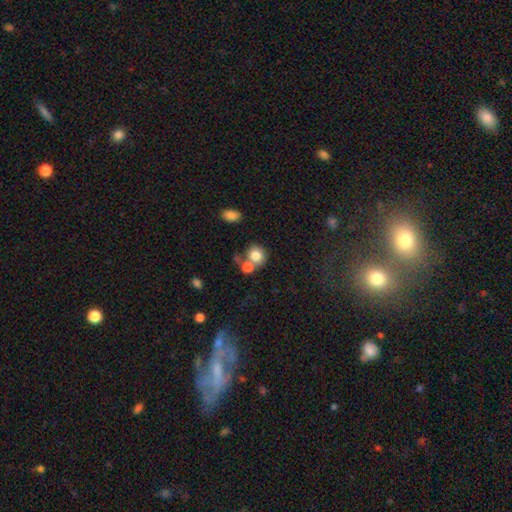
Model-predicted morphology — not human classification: The model was most divided on "merging": none: 49%, merger: 36%, minor disturbance: 10%, major disturbance: 5%. More confident: smooth or featured — smooth (79%); how rounded — round (78%).